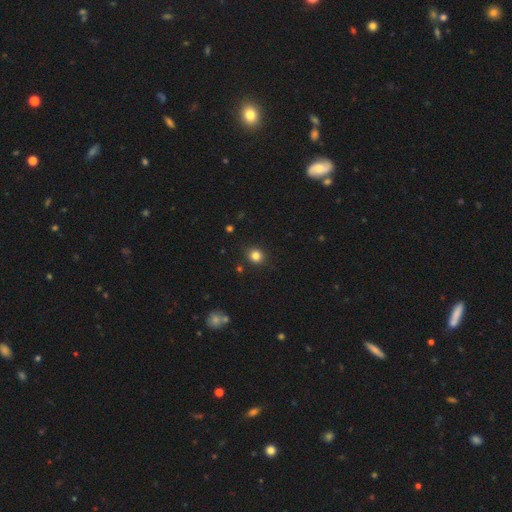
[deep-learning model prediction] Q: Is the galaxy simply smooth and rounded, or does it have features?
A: smooth — 82%.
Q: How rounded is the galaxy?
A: round — 82%.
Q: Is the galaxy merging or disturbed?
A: none — 89%.